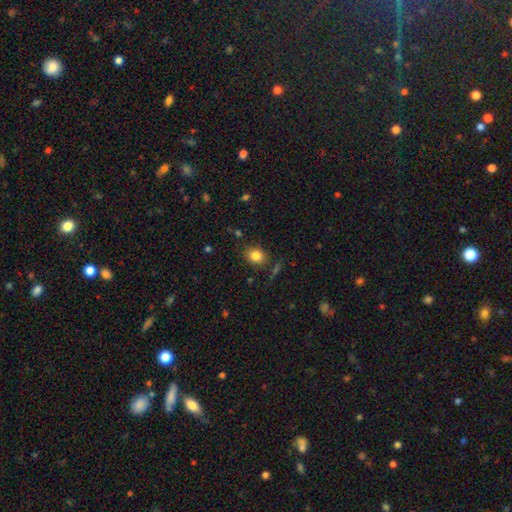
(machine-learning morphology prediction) The model was most divided on "how rounded": round: 55%, in between: 43%, cigar-shaped: 1%. More confident: smooth or featured — smooth (83%); merging — none (80%).